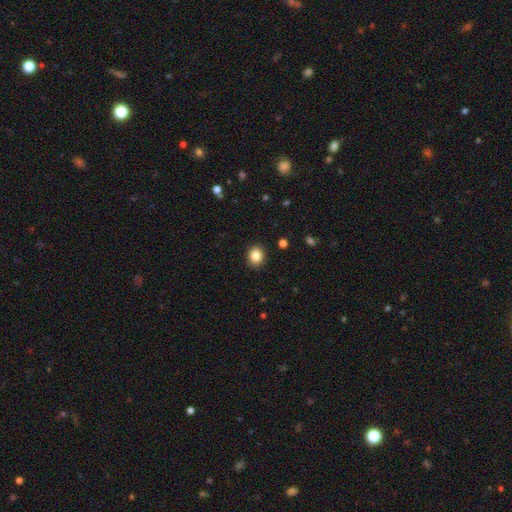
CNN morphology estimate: smooth 85%, star or artifact 10%, featured or disk 5%. Down the decision tree: how rounded — round (69%); merging — none (91%).